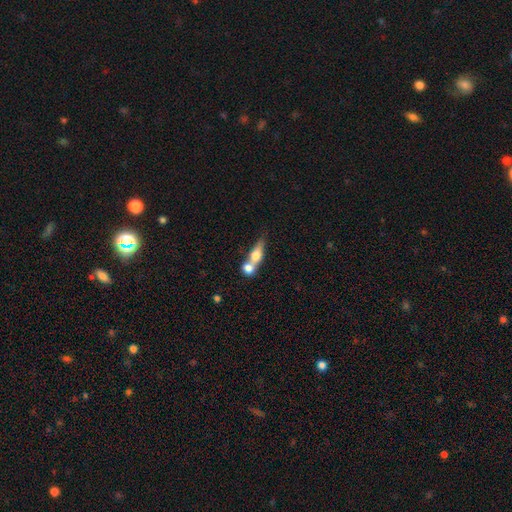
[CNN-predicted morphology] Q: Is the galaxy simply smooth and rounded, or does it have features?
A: smooth — 60%.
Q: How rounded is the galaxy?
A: in between — 46%.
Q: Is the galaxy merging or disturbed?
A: merger — 63%.